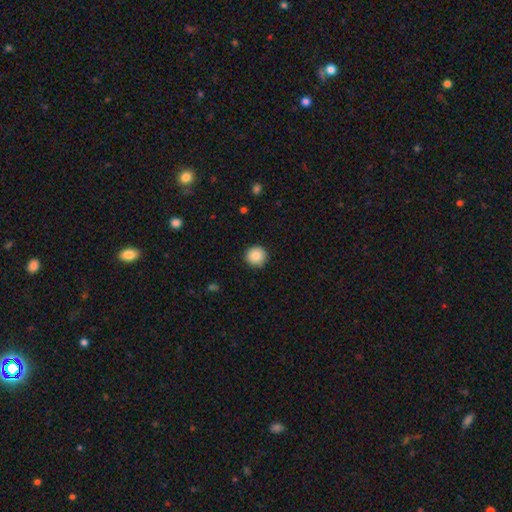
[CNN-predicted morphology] smooth_or_featured: smooth (p=0.87) [alt: star or artifact p=0.08]
how_rounded: round (p=0.95) [alt: in between p=0.04]
merging: none (p=0.91) [alt: minor disturbance p=0.06]